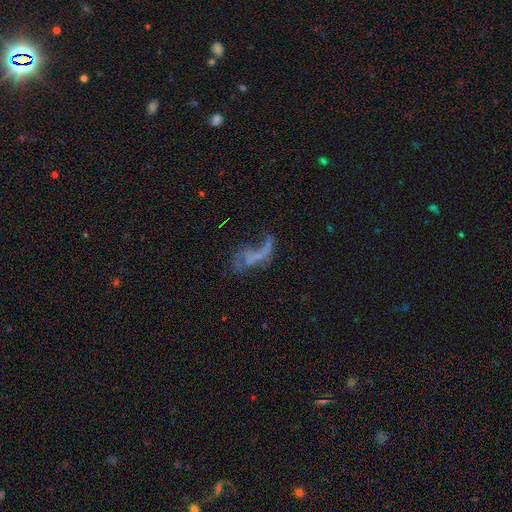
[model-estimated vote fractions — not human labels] smooth_or_featured: featured or disk (p=0.63) [alt: smooth p=0.20]
disk_edge_on: no (p=0.94) [alt: yes p=0.06]
bar: no (p=0.68) [alt: weak p=0.21]
has_spiral_arms: yes (p=0.51) [alt: no p=0.49]
bulge_size: none (p=0.75) [alt: small p=0.18]
merging: major disturbance (p=0.40) [alt: none p=0.33]